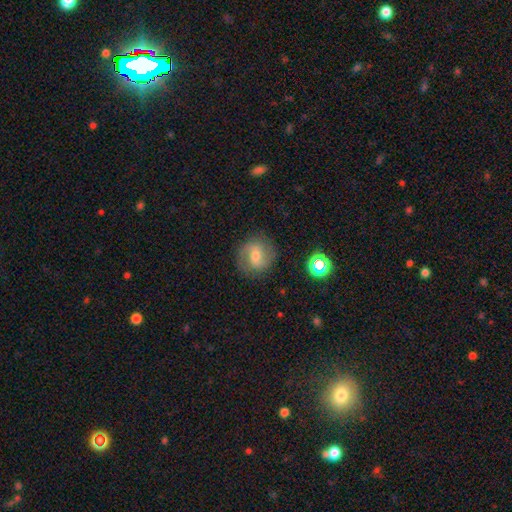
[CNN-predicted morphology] type=featured or disk (62%); edge-on=no (97%); bar=weak (48%); spiral arms=yes (87%); winding=medium (47%); arm count=2 (85%); bulge=moderate (52%); merging=none (83%).